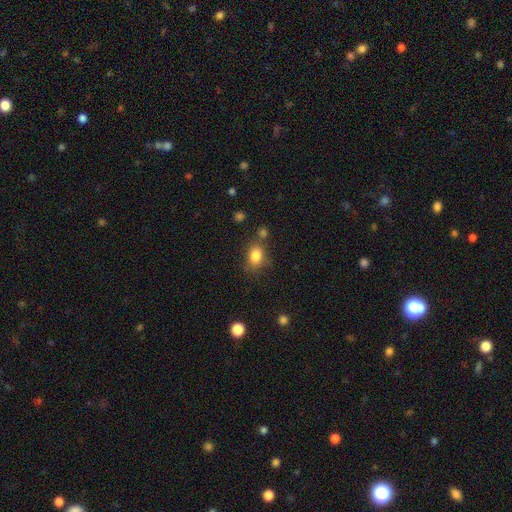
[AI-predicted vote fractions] Q: Smooth or featured?
A: smooth (83%); runner-up: star or artifact (10%)
Q: How rounded?
A: in between (69%); runner-up: round (30%)
Q: Merging?
A: none (68%); runner-up: minor disturbance (16%)